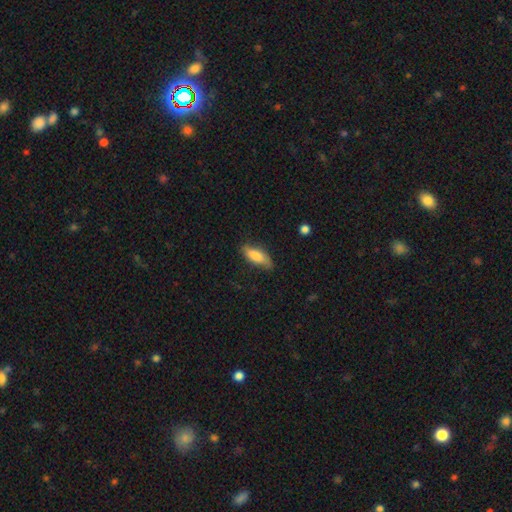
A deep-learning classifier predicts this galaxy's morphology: smooth_or_featured: smooth (p=0.76) [alt: featured or disk p=0.18]
how_rounded: in between (p=0.72) [alt: cigar-shaped p=0.26]
merging: none (p=0.71) [alt: minor disturbance p=0.22]